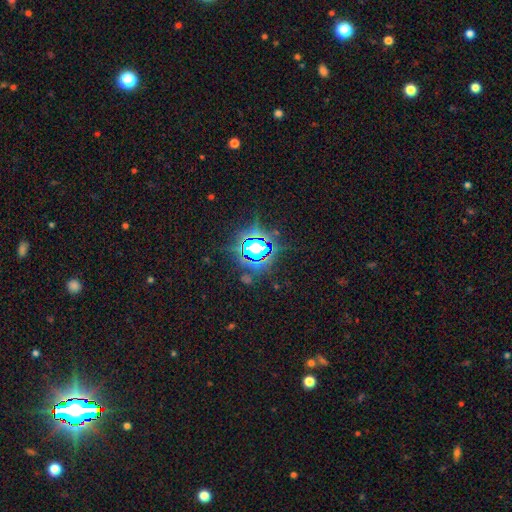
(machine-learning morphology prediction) Overall: star or artifact (75%).